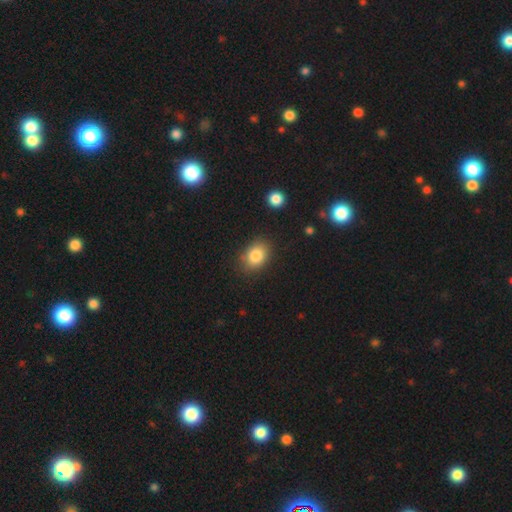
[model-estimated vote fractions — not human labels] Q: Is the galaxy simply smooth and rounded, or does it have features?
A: smooth — 84%.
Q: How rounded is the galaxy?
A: in between — 70%.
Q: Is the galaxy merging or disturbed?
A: none — 82%.